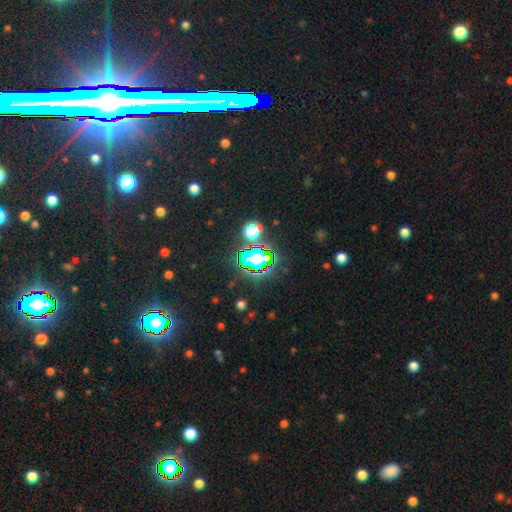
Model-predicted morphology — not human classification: A star or artifact, not a galaxy (81%).